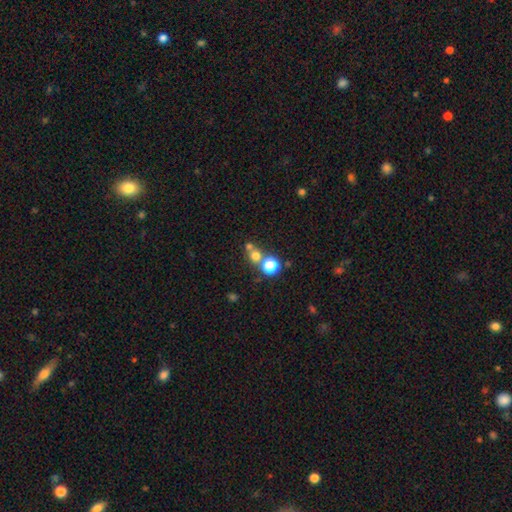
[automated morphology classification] smooth-or-featured: smooth: 66% | star or artifact: 23% | featured or disk: 11%
  how-rounded: round: 88% | in between: 11% | cigar-shaped: 1%
  merging: none: 53% | merger: 37% | minor disturbance: 6% | major disturbance: 4%